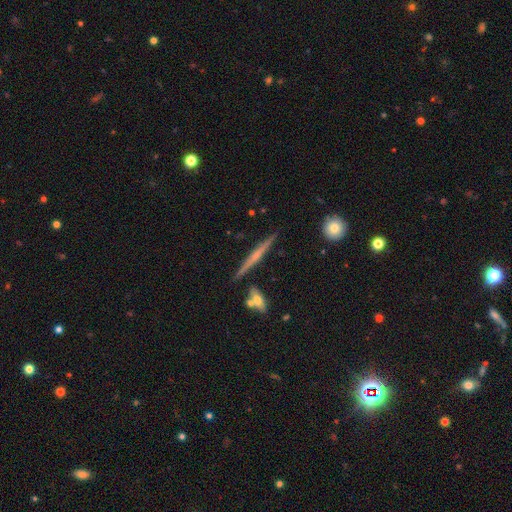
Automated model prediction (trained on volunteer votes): Smooth or featured: featured or disk — 70% (smooth — 24%)
Edge-on disk: yes — 98% (no — 2%)
Edge-on bulge: rounded — 48% (none — 42%)
Merging: none — 86% (minor disturbance — 8%)